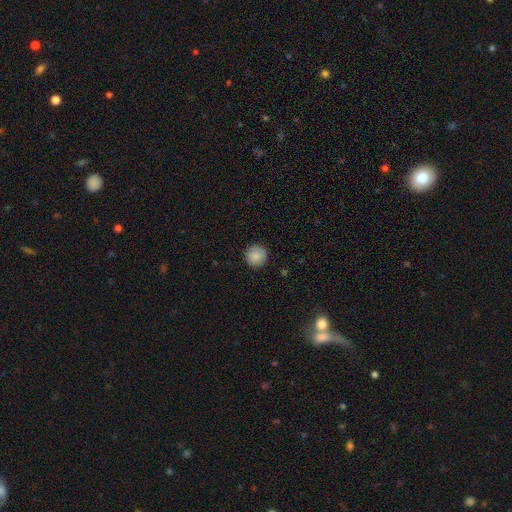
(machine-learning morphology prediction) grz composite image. It shows a smooth galaxy with no disk features (88%) that is round (95%). Merging: none (91%).